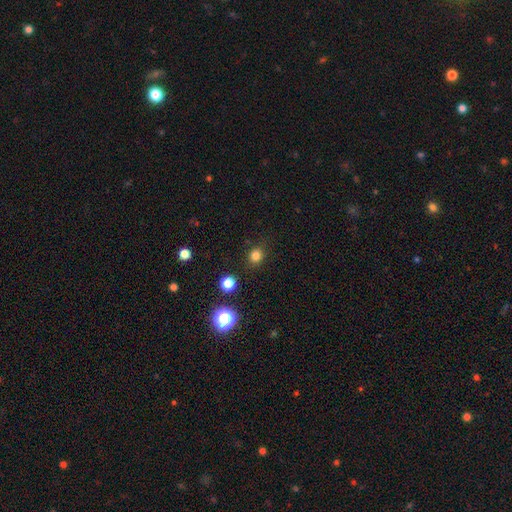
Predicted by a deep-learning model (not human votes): Smooth or featured? Predicted: smooth (p=0.80). How rounded? Predicted: round (p=0.79). Merging? Predicted: none (p=0.87).